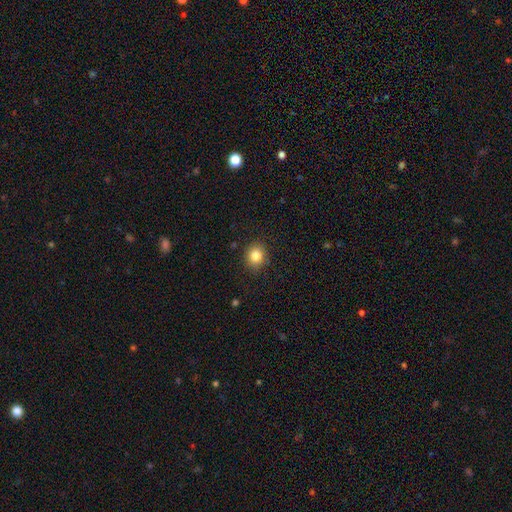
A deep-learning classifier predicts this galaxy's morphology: The model was most divided on "how rounded": round: 76%, in between: 23%, cigar-shaped: 1%. More confident: merging — none (88%); smooth or featured — smooth (83%).